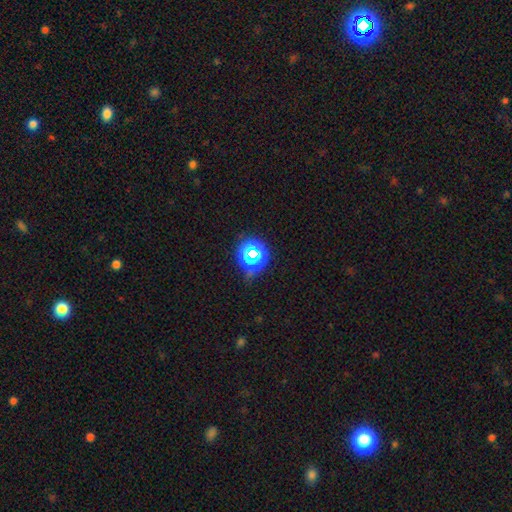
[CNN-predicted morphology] A star or artifact, not a galaxy (57%).

Vote fractions:
- Smooth or featured? star or artifact: 57% / smooth: 32% / featured or disk: 11%